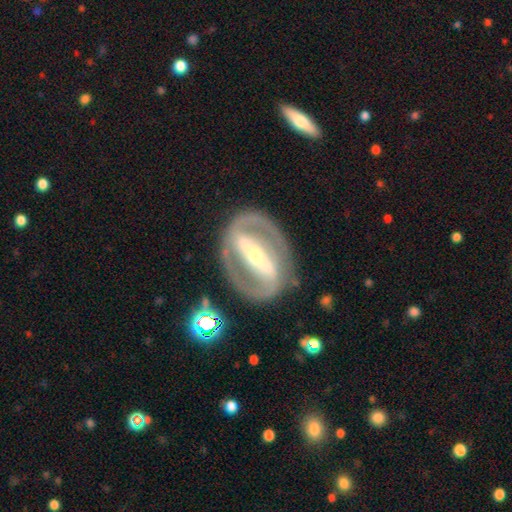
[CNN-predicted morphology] smooth_or_featured: featured or disk (p=0.87) [alt: smooth p=0.08]
disk_edge_on: no (p=0.93) [alt: yes p=0.07]
bar: strong (p=0.80) [alt: weak p=0.12]
has_spiral_arms: yes (p=0.74) [alt: no p=0.26]
spiral_winding: tight (p=0.47) [alt: medium p=0.40]
spiral_arm_count: 2 (p=0.86) [alt: can't tell p=0.07]
bulge_size: small (p=0.52) [alt: moderate p=0.42]
merging: none (p=0.82) [alt: minor disturbance p=0.11]